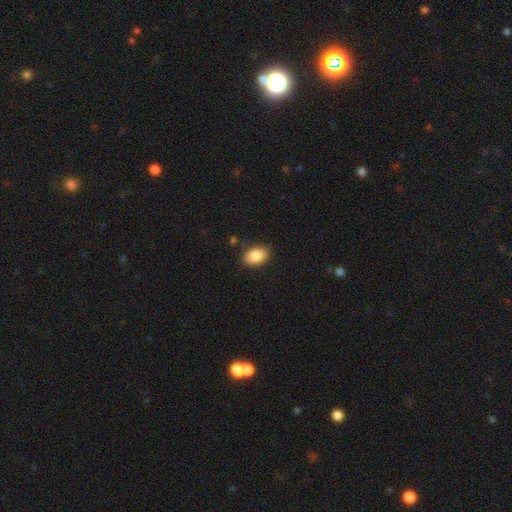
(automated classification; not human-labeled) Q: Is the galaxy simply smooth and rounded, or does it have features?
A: smooth — 86%.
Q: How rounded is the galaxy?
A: in between — 86%.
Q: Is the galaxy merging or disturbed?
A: none — 84%.